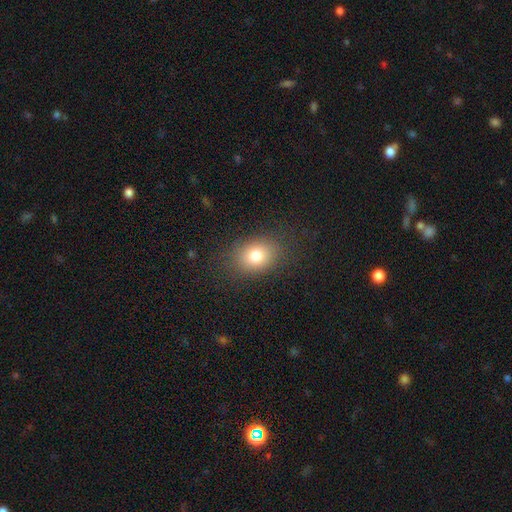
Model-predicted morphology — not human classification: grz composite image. It shows a smooth galaxy with no disk features (79%) that is in between round and cigar-shaped (63%). Merging: none (82%).